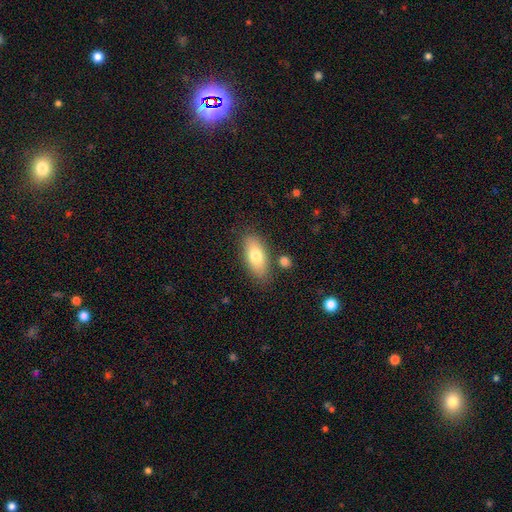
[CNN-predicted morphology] A smooth galaxy with no disk features (76%) that is in between round and cigar-shaped (87%).

Vote fractions:
- Smooth or featured? smooth: 76% / featured or disk: 17% / star or artifact: 7%
- How rounded? in between: 87% / cigar-shaped: 9% / round: 4%
- Merging? none: 80% / minor disturbance: 12% / merger: 5% / major disturbance: 3%